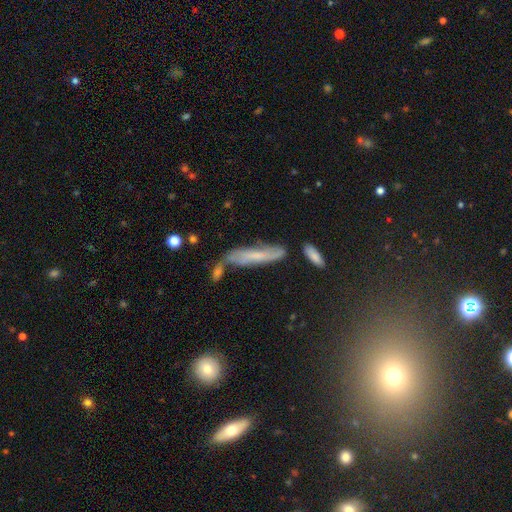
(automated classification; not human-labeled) Smooth or featured? Predicted: featured or disk (p=0.48). Merging? Predicted: none (p=0.55).